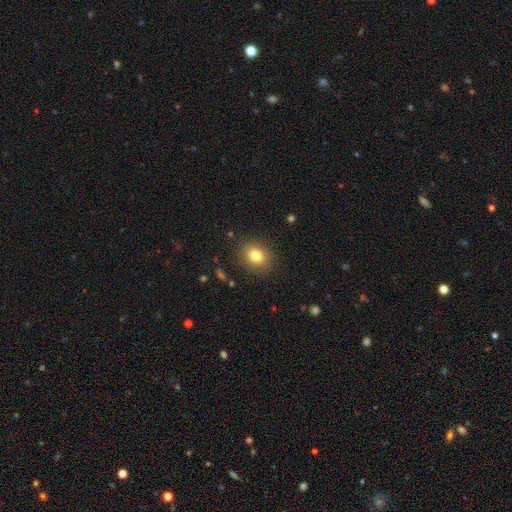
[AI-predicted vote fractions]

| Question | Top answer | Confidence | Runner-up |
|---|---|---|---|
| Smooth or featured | smooth | 80% | star or artifact (11%) |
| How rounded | round | 63% | in between (36%) |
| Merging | none | 87% | minor disturbance (8%) |